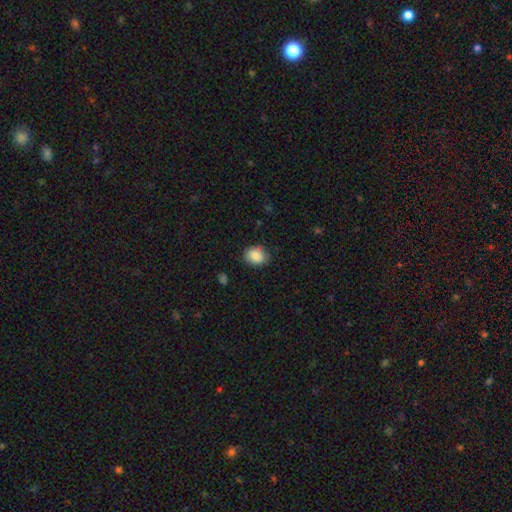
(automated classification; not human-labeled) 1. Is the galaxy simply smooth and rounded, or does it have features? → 88% smooth, 8% star or artifact, 5% featured or disk.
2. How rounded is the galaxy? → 52% in between, 47% round, 1% cigar-shaped.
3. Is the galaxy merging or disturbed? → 82% none, 13% minor disturbance, 3% major disturbance, 1% merger.